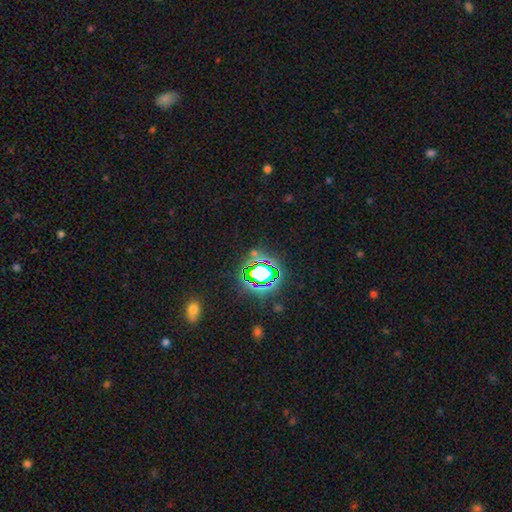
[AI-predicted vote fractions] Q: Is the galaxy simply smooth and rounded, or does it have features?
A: star or artifact — 77%.